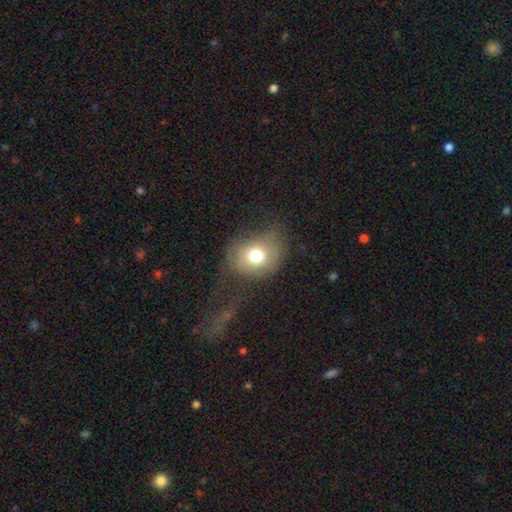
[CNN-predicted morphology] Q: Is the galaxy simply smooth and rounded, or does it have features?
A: smooth — 70%.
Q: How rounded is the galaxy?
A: round — 58%.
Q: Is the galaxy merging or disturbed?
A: none — 45%.